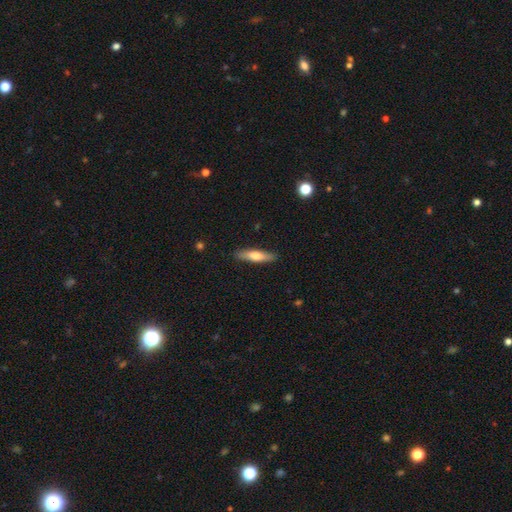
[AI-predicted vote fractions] smooth_or_featured: smooth (p=0.62) [alt: featured or disk p=0.32]
how_rounded: cigar-shaped (p=0.77) [alt: in between p=0.21]
merging: none (p=0.89) [alt: minor disturbance p=0.08]